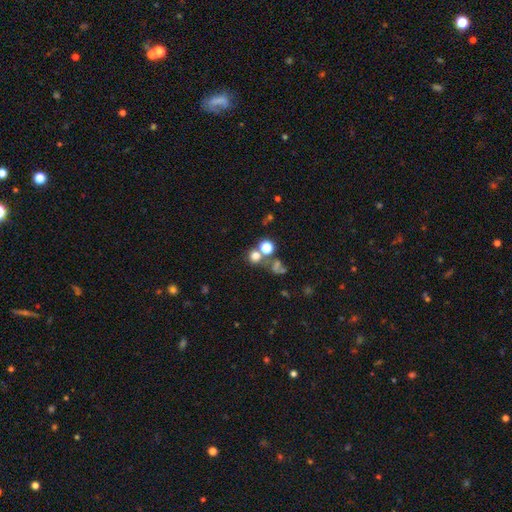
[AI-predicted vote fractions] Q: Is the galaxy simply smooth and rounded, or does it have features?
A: smooth — 68%.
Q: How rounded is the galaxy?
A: round — 86%.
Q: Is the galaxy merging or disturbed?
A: none — 53%.